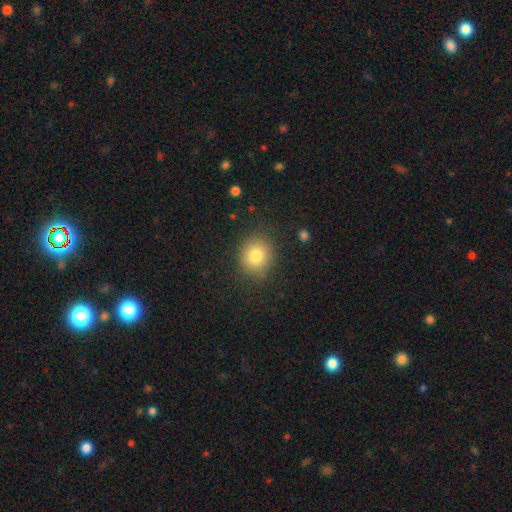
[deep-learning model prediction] smooth_or_featured: smooth (p=0.81) [alt: star or artifact p=0.11]
how_rounded: round (p=0.76) [alt: in between p=0.23]
merging: none (p=0.85) [alt: minor disturbance p=0.10]